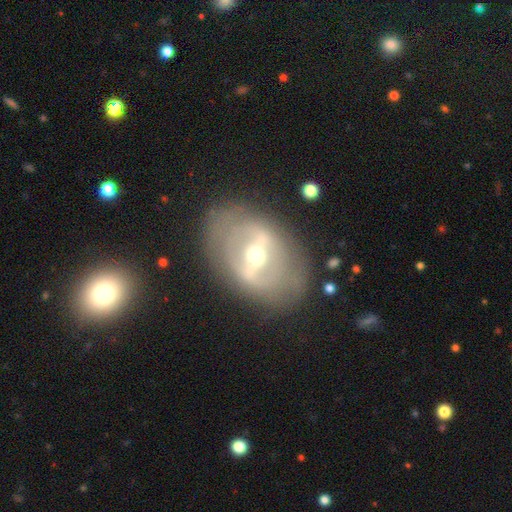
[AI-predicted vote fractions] Smooth or featured? featured or disk (79%)
Edge-on disk? no (88%)
Bar? strong (72%)
Spiral arms? no (66%)
Bulge size? moderate (66%)
Merging? none (79%)